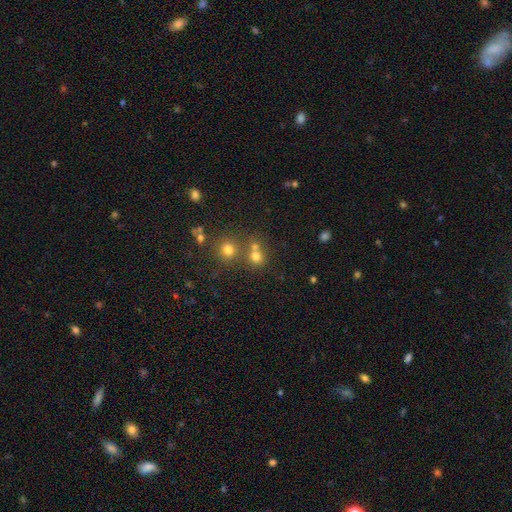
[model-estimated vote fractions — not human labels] Q: Smooth or featured?
A: smooth (71%); runner-up: star or artifact (19%)
Q: How rounded?
A: round (83%); runner-up: in between (16%)
Q: Merging?
A: none (54%); runner-up: merger (35%)